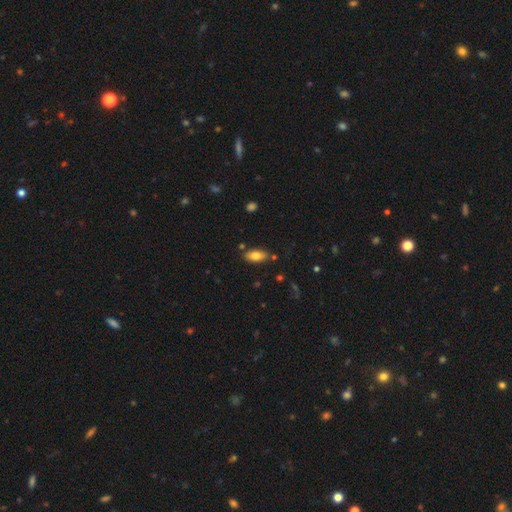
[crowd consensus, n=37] smooth 73%, featured or disk 22%, star or artifact 5%. Down the decision tree: how rounded — in between (93%); merging — none (74%).